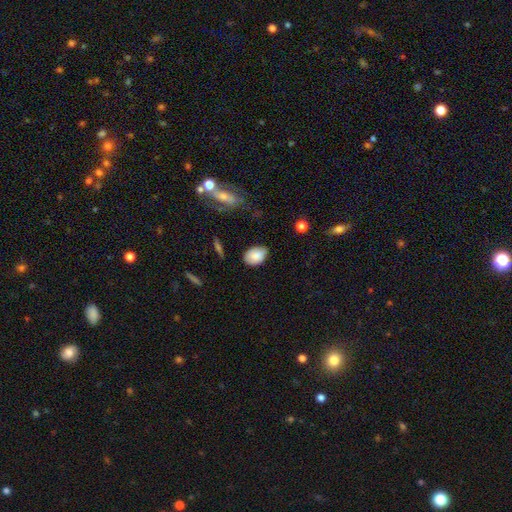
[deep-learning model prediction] Smooth or featured: smooth — 82% (featured or disk — 11%)
How rounded: in between — 83% (round — 16%)
Merging: none — 67% (minor disturbance — 27%)